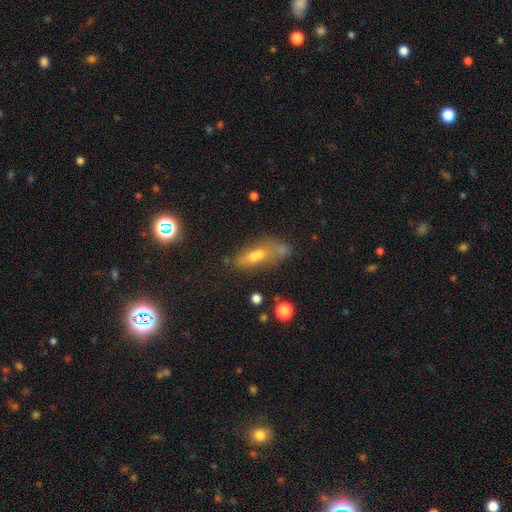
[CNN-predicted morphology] A smooth galaxy with no disk features (53%) that is in between round and cigar-shaped (57%).

Vote fractions:
- Smooth or featured? smooth: 53% / featured or disk: 28% / star or artifact: 20%
- How rounded? in between: 57% / cigar-shaped: 32% / round: 11%
- Merging? merger: 40% / none: 31% / minor disturbance: 15% / major disturbance: 13%